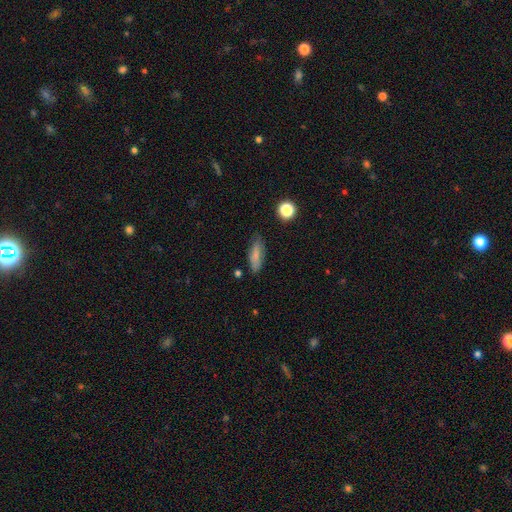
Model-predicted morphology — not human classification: This is likely a smooth galaxy (79%). How rounded: possibly in between (57%). Merging: likely none (76%).